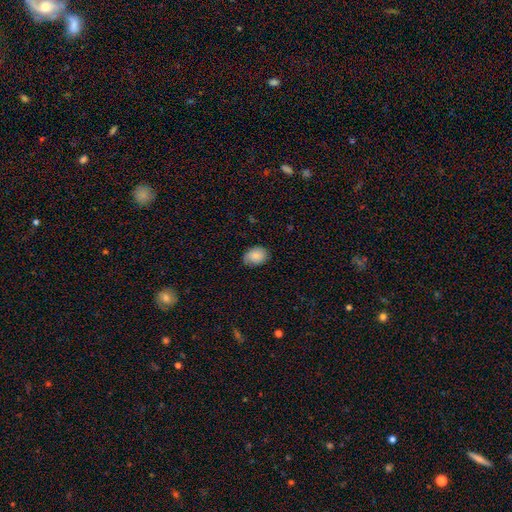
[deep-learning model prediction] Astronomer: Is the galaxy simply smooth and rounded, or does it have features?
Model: smooth — 84%.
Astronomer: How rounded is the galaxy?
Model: in between — 73%.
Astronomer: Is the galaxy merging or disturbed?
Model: none — 75%.